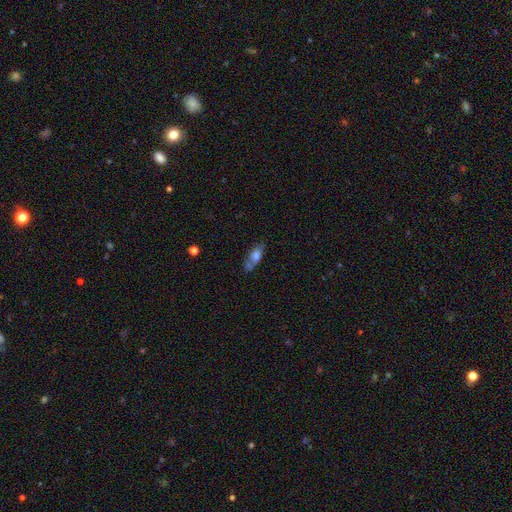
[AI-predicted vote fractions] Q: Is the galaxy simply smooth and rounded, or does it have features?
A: smooth — 61%.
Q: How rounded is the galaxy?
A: in between — 69%.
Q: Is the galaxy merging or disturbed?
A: none — 51%.